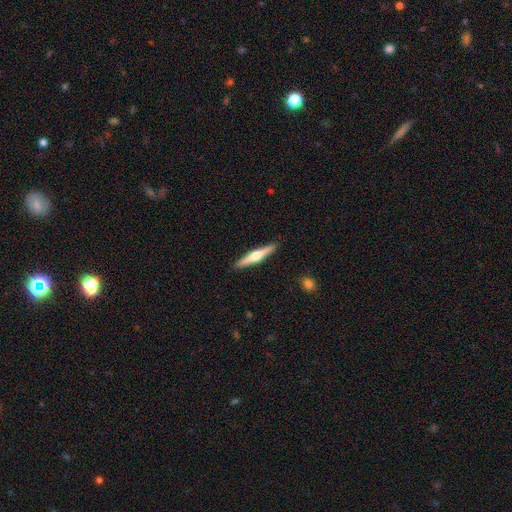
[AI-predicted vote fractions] Overall: featured or disk (63%; smooth 32%). Edge-on disk: yes (98%). Edge-on bulge: rounded (91%). Merging: none (91%).